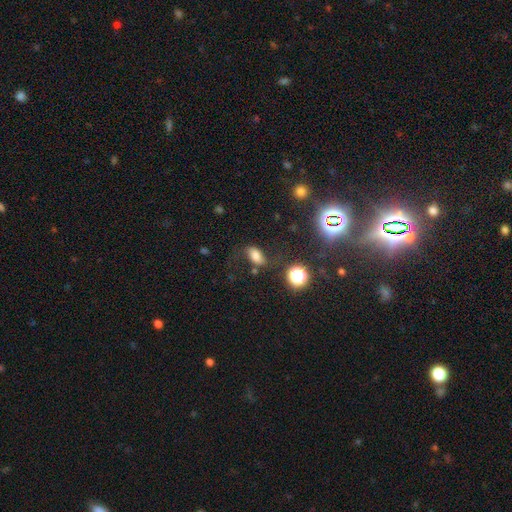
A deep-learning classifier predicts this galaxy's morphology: Smooth or featured: smooth — 67% (star or artifact — 17%)
How rounded: in between — 85% (round — 11%)
Merging: none — 62% (minor disturbance — 21%)